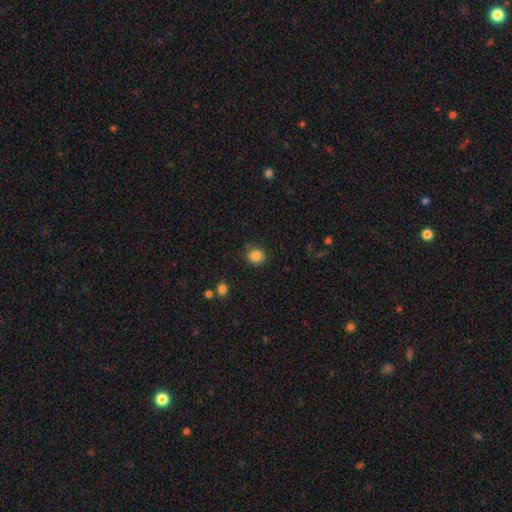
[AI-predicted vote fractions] A smooth galaxy with no disk features (85%) that is round (88%). Merging: none (84%).